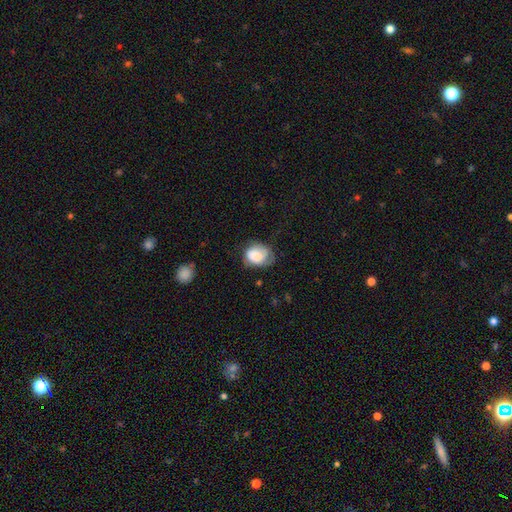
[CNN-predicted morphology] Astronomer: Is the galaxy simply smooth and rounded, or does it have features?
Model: smooth — 75%.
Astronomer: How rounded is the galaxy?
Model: in between — 55% (runner-up: round, 44%).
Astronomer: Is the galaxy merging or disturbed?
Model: none — 44% (runner-up: minor disturbance, 38%).